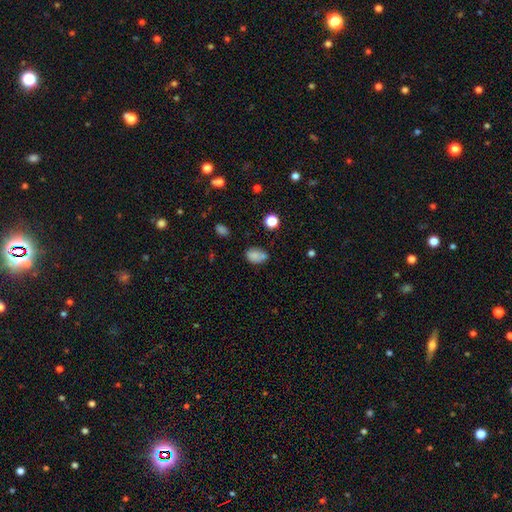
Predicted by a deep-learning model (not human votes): smooth-or-featured: smooth: 76% | star or artifact: 12% | featured or disk: 12%
  how-rounded: in between: 75% | round: 24% | cigar-shaped: 1%
  merging: none: 52% | merger: 22% | minor disturbance: 20% | major disturbance: 6%